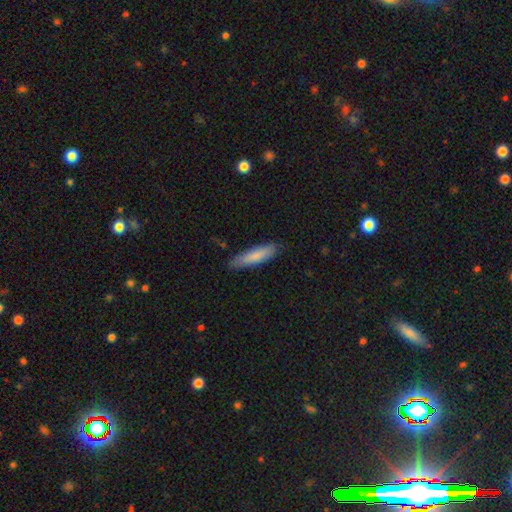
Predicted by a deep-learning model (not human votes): Overall: smooth (81%). How rounded: cigar-shaped (74%). Merging: none (82%).